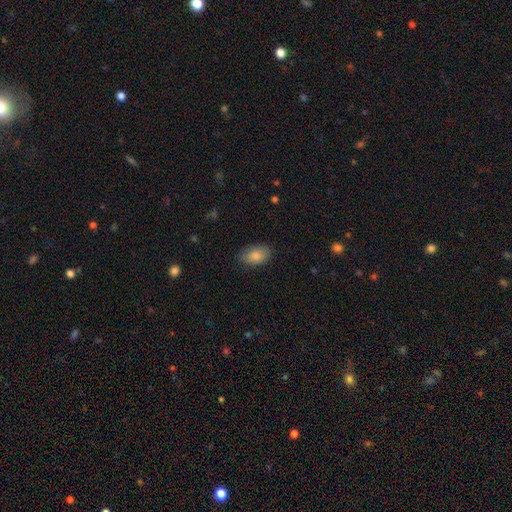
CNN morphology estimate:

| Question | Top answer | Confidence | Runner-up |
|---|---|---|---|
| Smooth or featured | smooth | 86% | featured or disk (7%) |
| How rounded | in between | 92% | round (7%) |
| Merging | none | 82% | minor disturbance (14%) |